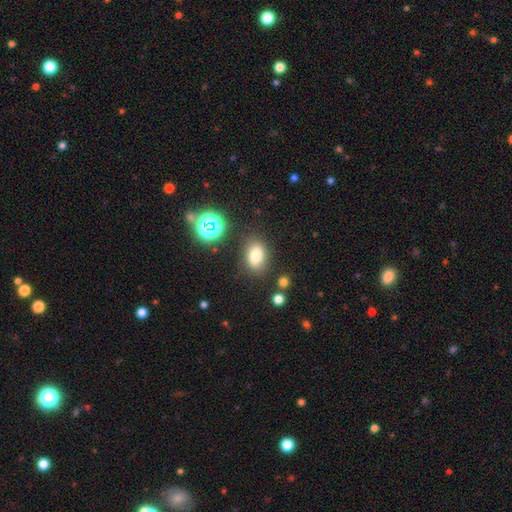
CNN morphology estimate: smooth 76%, star or artifact 14%, featured or disk 10%. Down the decision tree: how rounded — in between (80%); merging — none (79%).